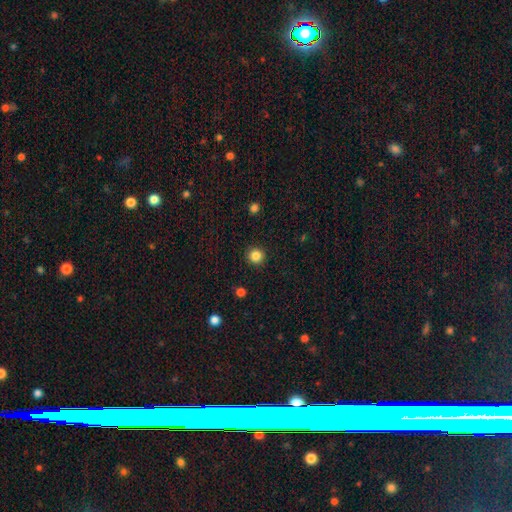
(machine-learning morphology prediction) smooth_or_featured: smooth (p=0.84) [alt: star or artifact p=0.11]
how_rounded: round (p=0.94) [alt: in between p=0.05]
merging: none (p=0.93) [alt: minor disturbance p=0.05]